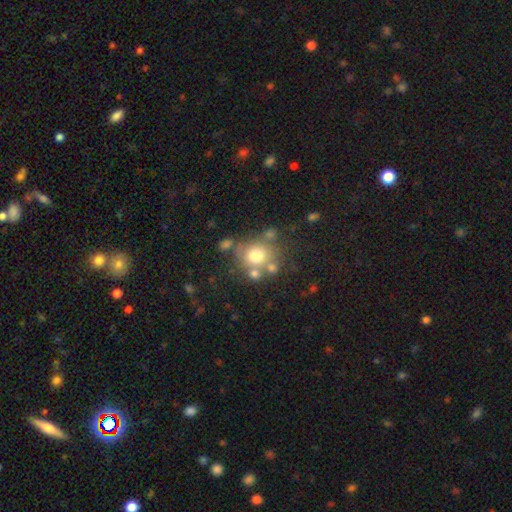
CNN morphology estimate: Smooth or featured? Predicted: smooth (p=0.68). How rounded? Predicted: round (p=0.81). Merging? Predicted: none (p=0.59).